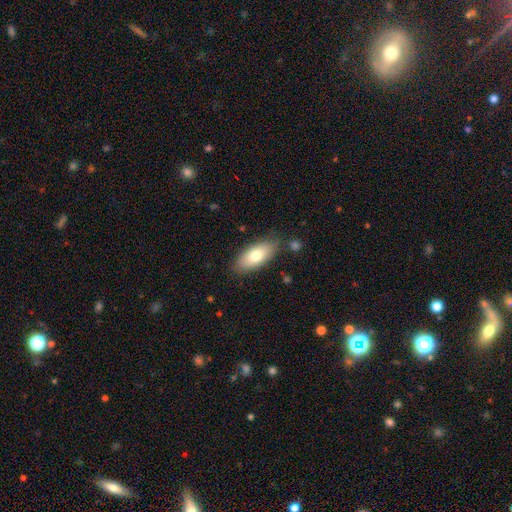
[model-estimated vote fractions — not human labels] The model was most divided on "smooth or featured": smooth: 76%, featured or disk: 17%, star or artifact: 7%. More confident: how rounded — in between (87%); merging — none (81%).